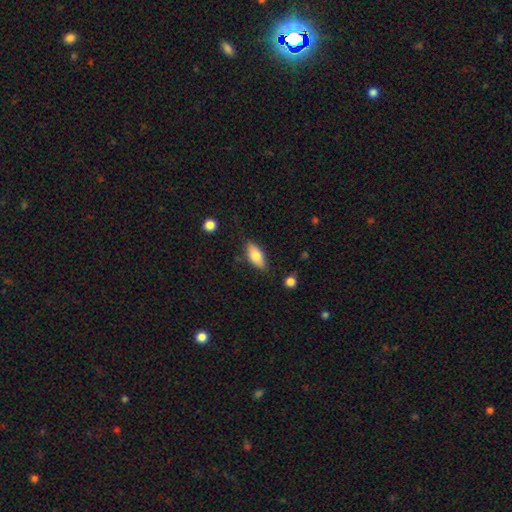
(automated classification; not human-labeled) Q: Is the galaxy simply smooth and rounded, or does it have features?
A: smooth — 75%.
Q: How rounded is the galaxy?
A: in between — 83%.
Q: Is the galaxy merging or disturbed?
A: none — 81%.